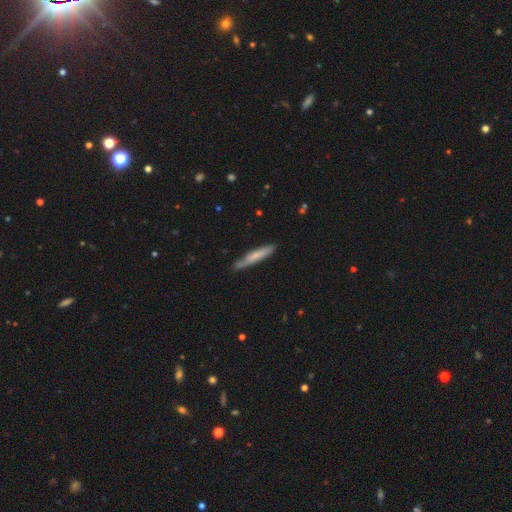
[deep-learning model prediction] Smooth or featured: smooth — 65% (featured or disk — 30%)
How rounded: cigar-shaped — 93% (in between — 6%)
Merging: none — 77% (minor disturbance — 18%)